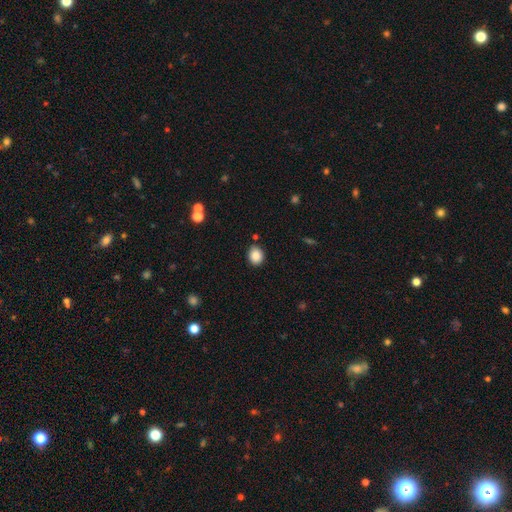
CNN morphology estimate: Smooth or featured: smooth — 87% (star or artifact — 9%)
How rounded: round — 56% (in between — 43%)
Merging: none — 84% (minor disturbance — 11%)